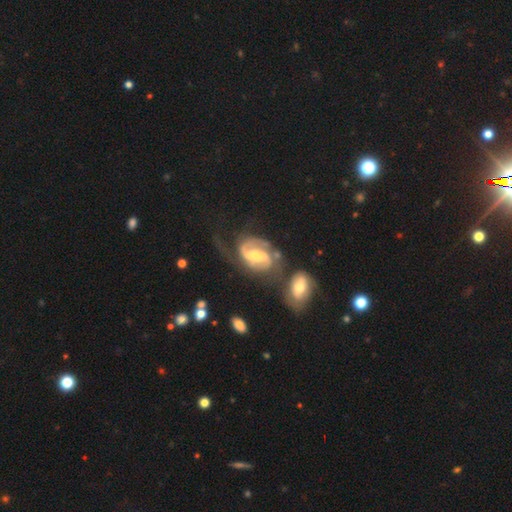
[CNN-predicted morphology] smooth_or_featured: featured or disk (p=0.89) [alt: smooth p=0.06]
disk_edge_on: no (p=0.97) [alt: yes p=0.03]
bar: strong (p=0.45) [alt: weak p=0.41]
has_spiral_arms: yes (p=0.97) [alt: no p=0.03]
spiral_winding: medium (p=0.52) [alt: tight p=0.25]
spiral_arm_count: 2 (p=0.88) [alt: can't tell p=0.04]
bulge_size: moderate (p=0.56) [alt: small p=0.31]
merging: none (p=0.38) [alt: merger p=0.24]